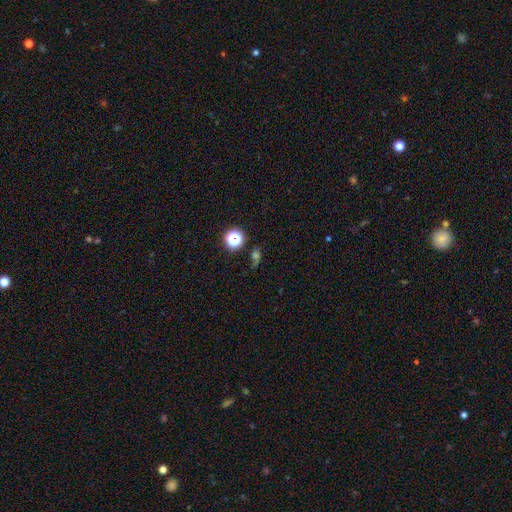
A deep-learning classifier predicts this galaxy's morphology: This is possibly a star or artifact rather than a galaxy (46%).